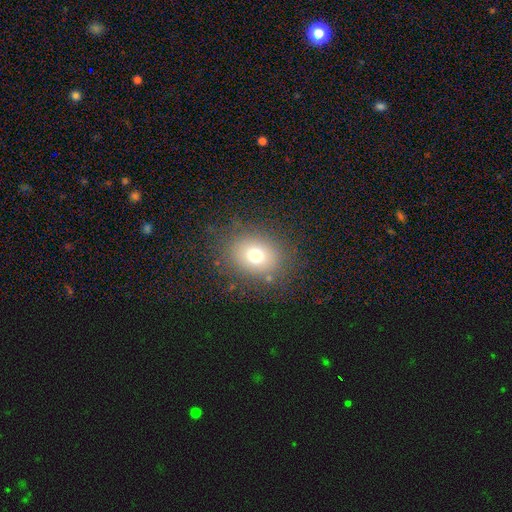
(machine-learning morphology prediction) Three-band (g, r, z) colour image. It shows a smooth galaxy with no disk features (72%) that is round (52%). Merging: none (80%).